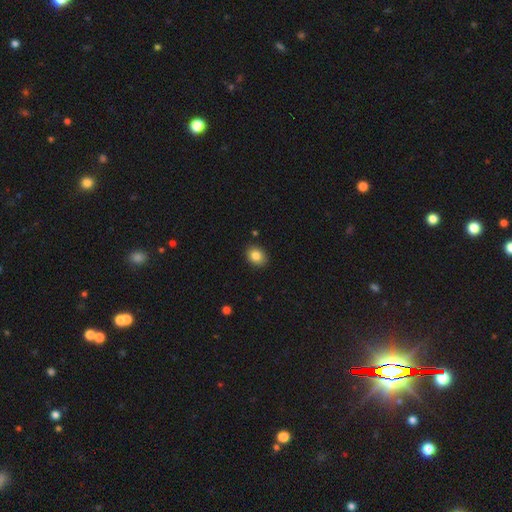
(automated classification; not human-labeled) Smooth or featured? Predicted: smooth (p=0.83). How rounded? Predicted: in between (p=0.50). Merging? Predicted: none (p=0.88).